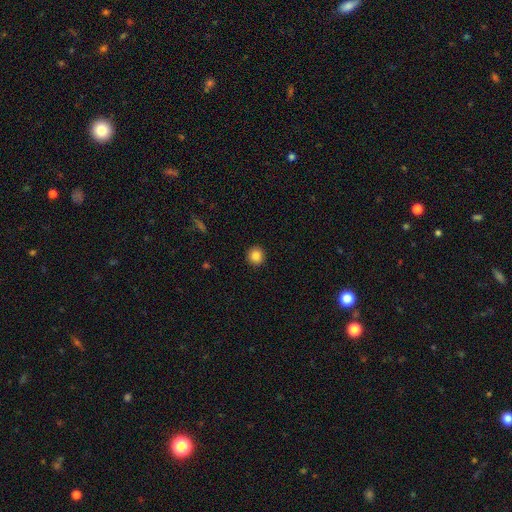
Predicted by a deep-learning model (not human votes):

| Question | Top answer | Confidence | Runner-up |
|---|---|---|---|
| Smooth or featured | smooth | 86% | star or artifact (10%) |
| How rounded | round | 93% | in between (6%) |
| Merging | none | 92% | minor disturbance (5%) |